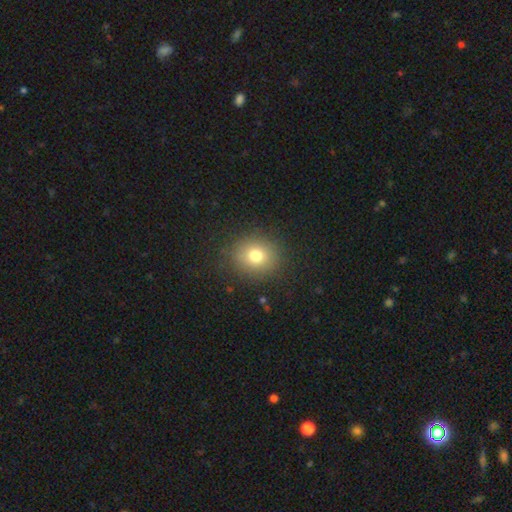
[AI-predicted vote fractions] smooth 77%, star or artifact 14%, featured or disk 10%. Down the decision tree: how rounded — round (76%); merging — none (86%).